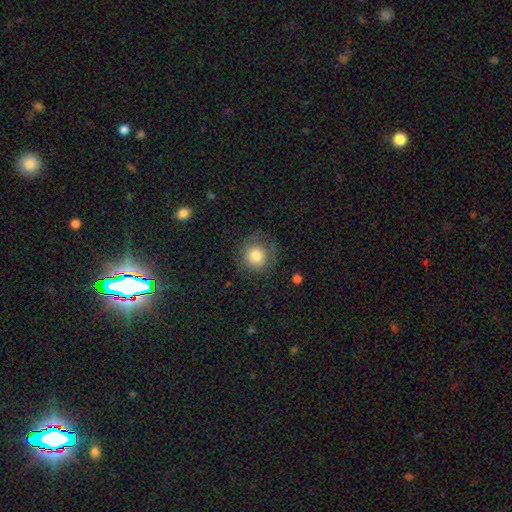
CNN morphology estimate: Smooth or featured? Predicted: smooth (p=0.79). How rounded? Predicted: round (p=0.93). Merging? Predicted: none (p=0.78).